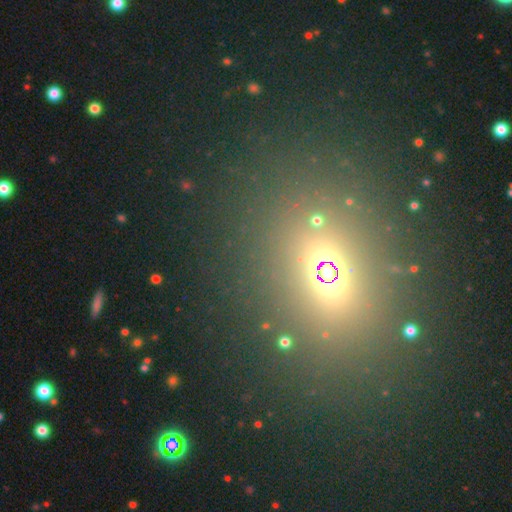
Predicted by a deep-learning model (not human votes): The model was most divided on "smooth or featured": star or artifact: 43%, smooth: 40%, featured or disk: 16%.